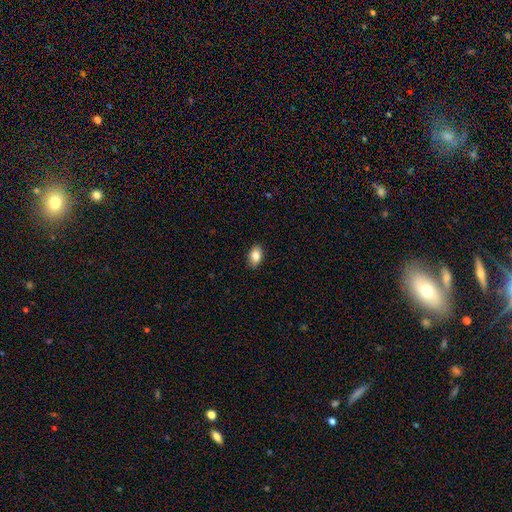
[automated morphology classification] A smooth galaxy with no disk features (84%) that is in between round and cigar-shaped (88%).

Vote fractions:
- Smooth or featured? smooth: 84% / featured or disk: 8% / star or artifact: 8%
- How rounded? in between: 88% / round: 11% / cigar-shaped: 2%
- Merging? none: 88% / minor disturbance: 9% / major disturbance: 2% / merger: 1%